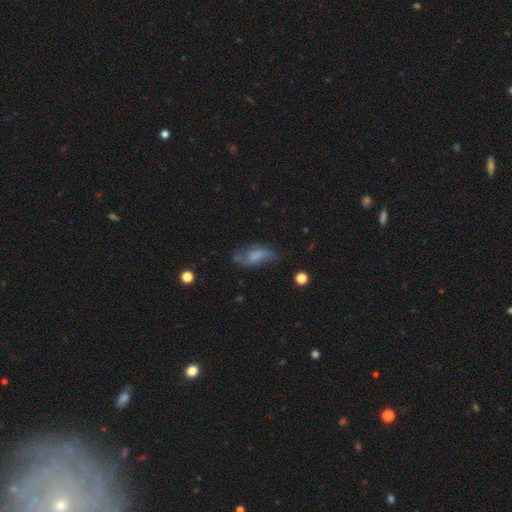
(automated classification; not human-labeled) The model was most divided on "smooth or featured": featured or disk: 45%, smooth: 44%, star or artifact: 11%. More confident: merging — none (54%).